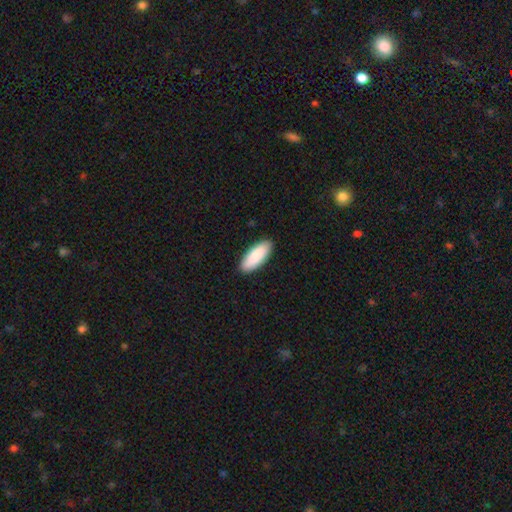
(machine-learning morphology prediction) smooth-or-featured: smooth: 88% | featured or disk: 7% | star or artifact: 5%
  how-rounded: in between: 81% | cigar-shaped: 17% | round: 2%
  merging: none: 90% | minor disturbance: 7% | major disturbance: 1% | merger: 1%